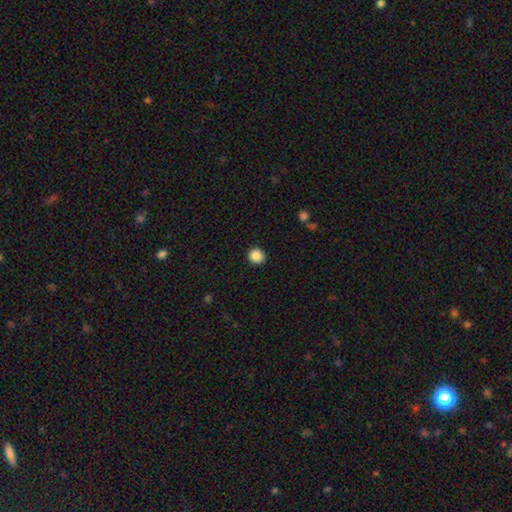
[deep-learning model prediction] smooth 87%, star or artifact 9%, featured or disk 3%. Down the decision tree: how rounded — round (91%); merging — none (92%).